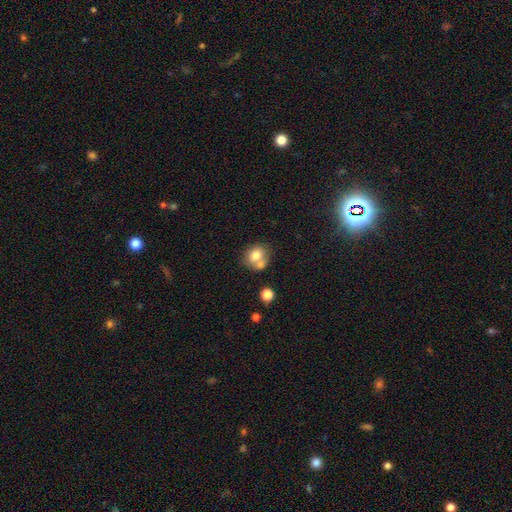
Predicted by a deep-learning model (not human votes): Smooth or featured? Predicted: smooth (p=0.75). How rounded? Predicted: round (p=0.60). Merging? Predicted: none (p=0.43).